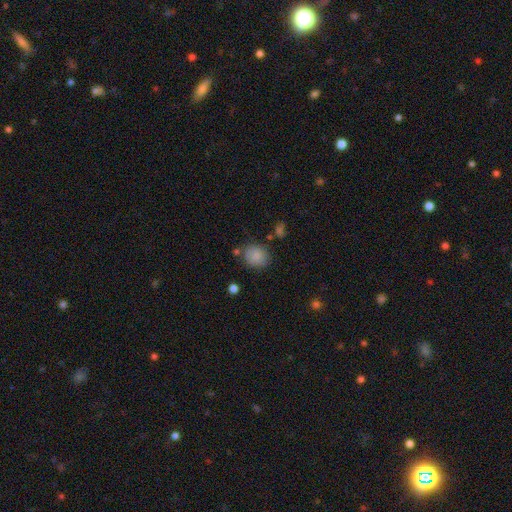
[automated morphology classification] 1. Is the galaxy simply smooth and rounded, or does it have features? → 86% smooth, 9% star or artifact, 5% featured or disk.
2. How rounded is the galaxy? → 75% round, 25% in between, 1% cigar-shaped.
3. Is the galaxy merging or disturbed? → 77% none, 14% minor disturbance, 6% merger, 4% major disturbance.